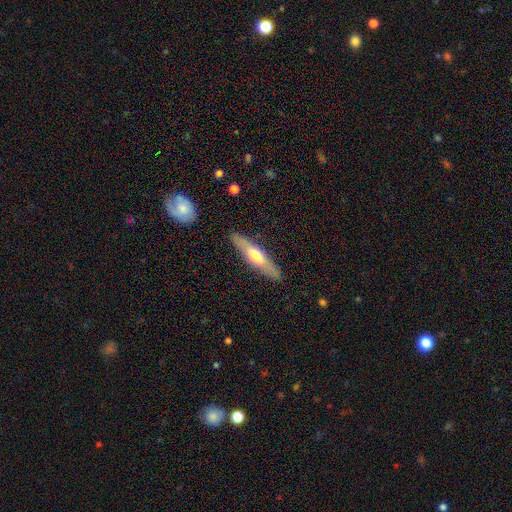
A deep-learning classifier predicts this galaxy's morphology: A featured or disk galaxy (49%).

Vote fractions:
- Smooth or featured? featured or disk: 49% / smooth: 46% / star or artifact: 5%
- Merging? none: 88% / minor disturbance: 9% / major disturbance: 2% / merger: 1%